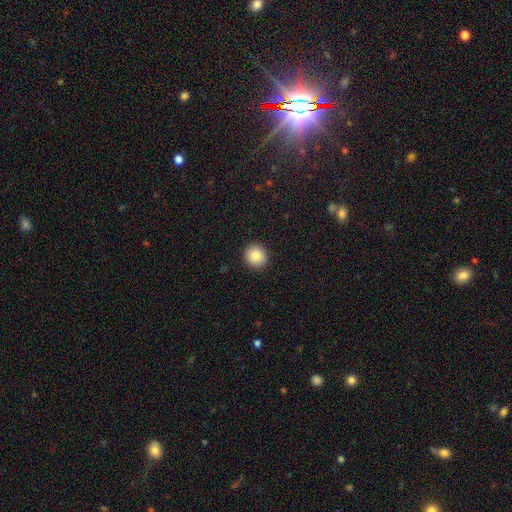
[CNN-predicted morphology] Smooth or featured? smooth (88%)
How rounded? round (89%)
Merging? none (92%)